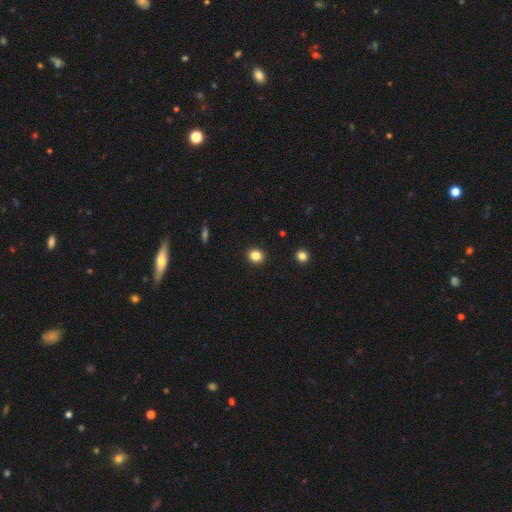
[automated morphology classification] Smooth or featured?
  - smooth: 84% *
  - star or artifact: 11%
  - featured or disk: 5%
How rounded?
  - round: 74% *
  - in between: 25%
  - cigar-shaped: 1%
Merging?
  - none: 92% *
  - minor disturbance: 5%
  - major disturbance: 2%
  - merger: 1%